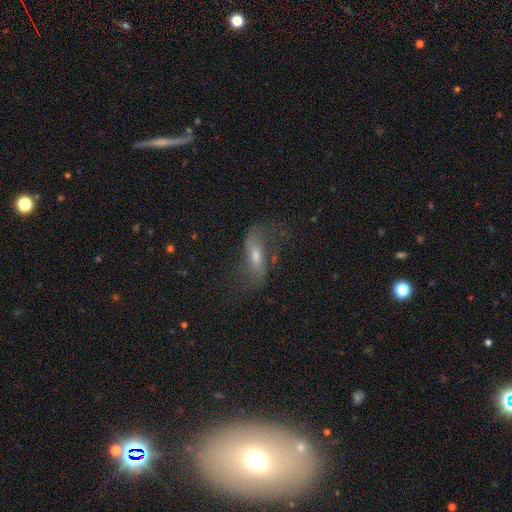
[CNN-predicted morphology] Smooth or featured: featured or disk — 59% (smooth — 29%)
Edge-on disk: no — 81% (yes — 19%)
Merging: none — 52% (major disturbance — 23%)